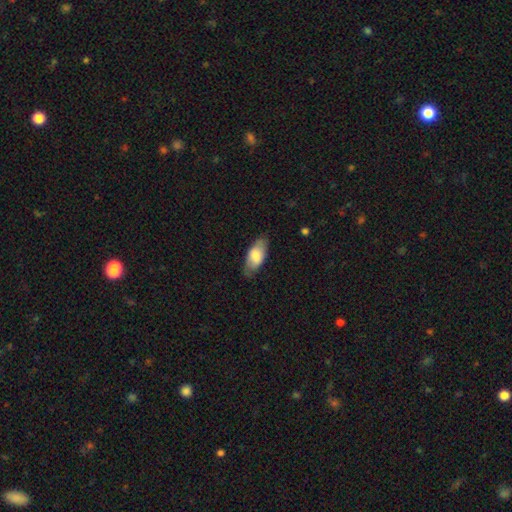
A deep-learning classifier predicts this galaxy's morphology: smooth-or-featured: smooth: 74% | featured or disk: 20% | star or artifact: 6%
  how-rounded: in between: 87% | cigar-shaped: 11% | round: 2%
  merging: none: 76% | minor disturbance: 18% | major disturbance: 5% | merger: 1%